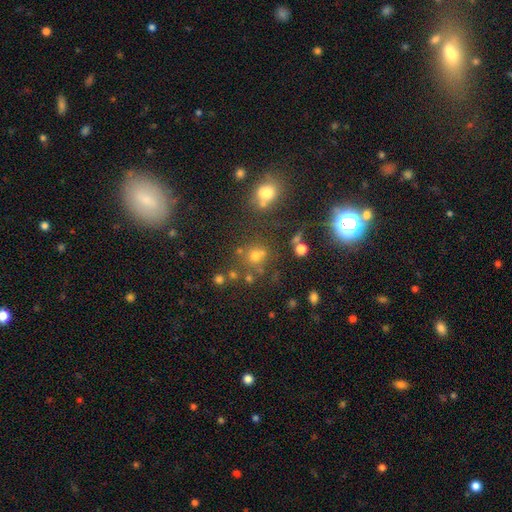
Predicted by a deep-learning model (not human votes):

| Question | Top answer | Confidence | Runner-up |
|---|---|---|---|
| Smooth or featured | smooth | 57% | star or artifact (31%) |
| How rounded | round | 81% | in between (17%) |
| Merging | none | 63% | merger (20%) |